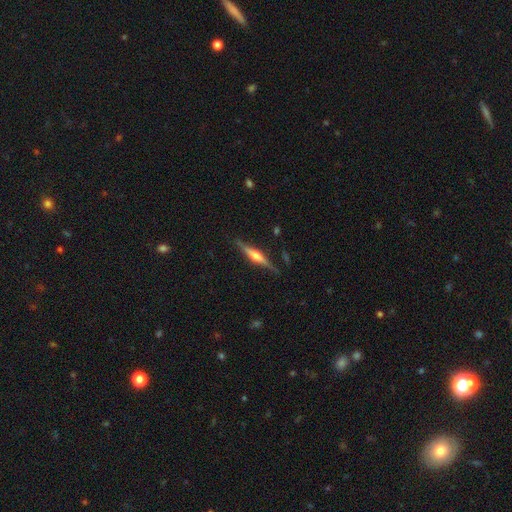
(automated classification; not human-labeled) smooth_or_featured: featured or disk (p=0.74) [alt: smooth p=0.20]
disk_edge_on: yes (p=0.98) [alt: no p=0.02]
edge_on_bulge: rounded (p=0.85) [alt: boxy p=0.11]
merging: none (p=0.86) [alt: minor disturbance p=0.10]